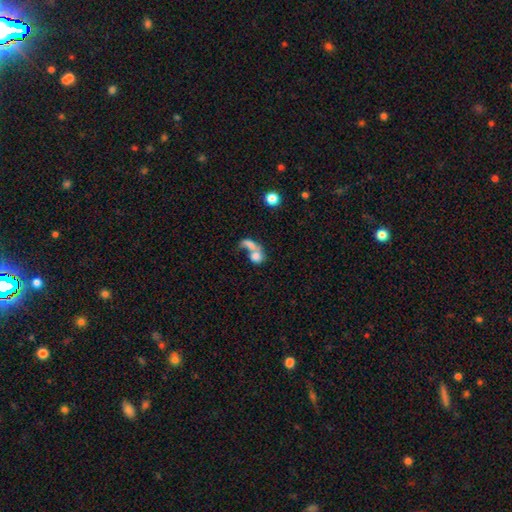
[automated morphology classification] smooth 64%, featured or disk 26%, star or artifact 10%. Down the decision tree: how rounded — in between (51%); merging — merger (66%).